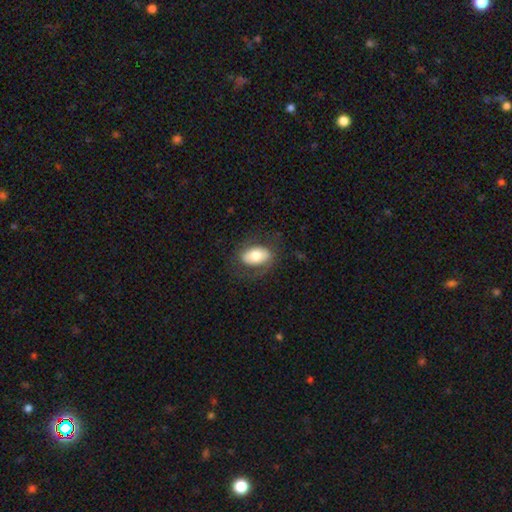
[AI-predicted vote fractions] Smooth or featured?
  - smooth: 66% *
  - featured or disk: 27%
  - star or artifact: 7%
How rounded?
  - in between: 88% *
  - round: 10%
  - cigar-shaped: 2%
Merging?
  - none: 74% *
  - minor disturbance: 15%
  - major disturbance: 9%
  - merger: 1%